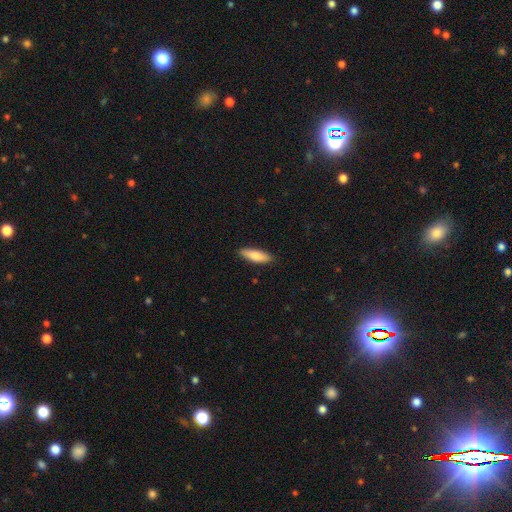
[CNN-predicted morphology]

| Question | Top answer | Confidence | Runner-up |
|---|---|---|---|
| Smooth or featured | smooth | 82% | featured or disk (13%) |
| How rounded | in between | 50% | cigar-shaped (48%) |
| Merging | none | 88% | minor disturbance (10%) |